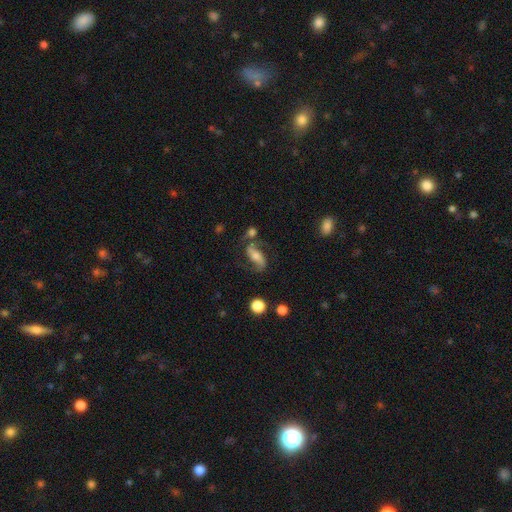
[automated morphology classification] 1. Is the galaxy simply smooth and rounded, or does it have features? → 70% featured or disk, 22% smooth, 9% star or artifact.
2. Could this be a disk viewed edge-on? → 91% no, 9% yes.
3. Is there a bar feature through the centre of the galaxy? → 37% no, 33% strong, 30% weak.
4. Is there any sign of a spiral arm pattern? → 91% yes, 9% no.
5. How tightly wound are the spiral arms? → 61% loose, 30% medium, 9% tight.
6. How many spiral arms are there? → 89% 2, 4% 1, 4% can't tell, 1% 3, 1% 4, 1% more than 4.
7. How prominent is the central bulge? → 51% moderate, 30% small, 11% large, 5% none, 2% dominant.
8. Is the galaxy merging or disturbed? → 55% none, 18% minor disturbance, 14% merger, 14% major disturbance.